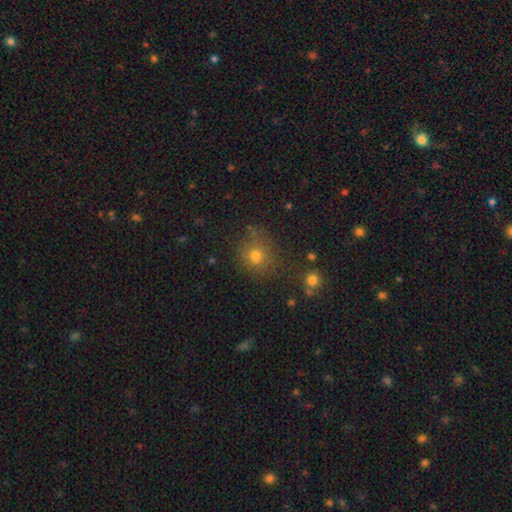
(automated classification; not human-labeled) Morphology: type=smooth (72%); roundness=round (84%); merging=none (74%).